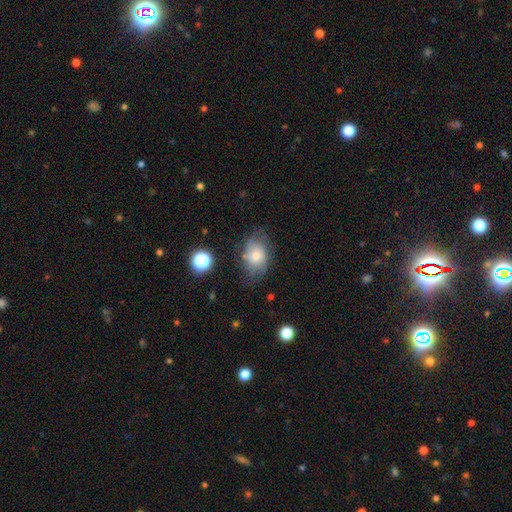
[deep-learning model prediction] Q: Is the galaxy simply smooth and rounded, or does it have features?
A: smooth — 57%.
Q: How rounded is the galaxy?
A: in between — 76%.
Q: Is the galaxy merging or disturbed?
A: none — 56%.